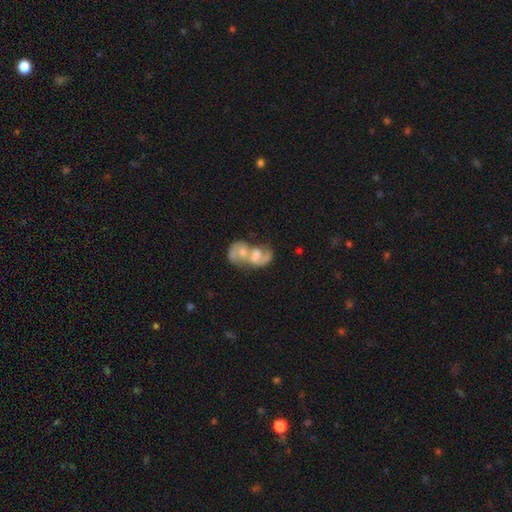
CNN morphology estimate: This appears to be a featured or disk galaxy (72%) with no bar (57%), 2 (77%) medium (45%) spiral arms (80%) and a moderate central bulge (48%). Merging: merger (63%).